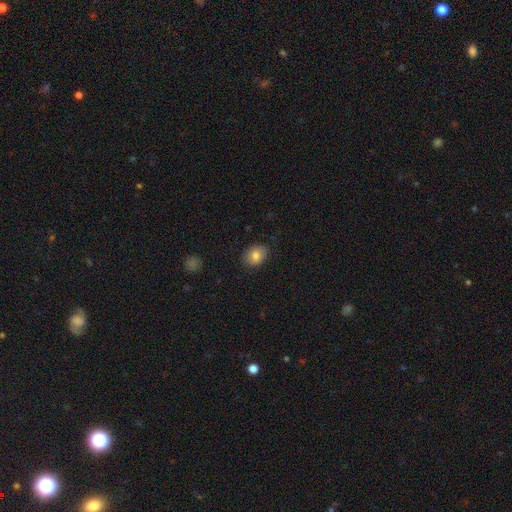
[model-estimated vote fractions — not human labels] smooth 81%, featured or disk 11%, star or artifact 8%. Down the decision tree: how rounded — in between (65%); merging — none (84%).